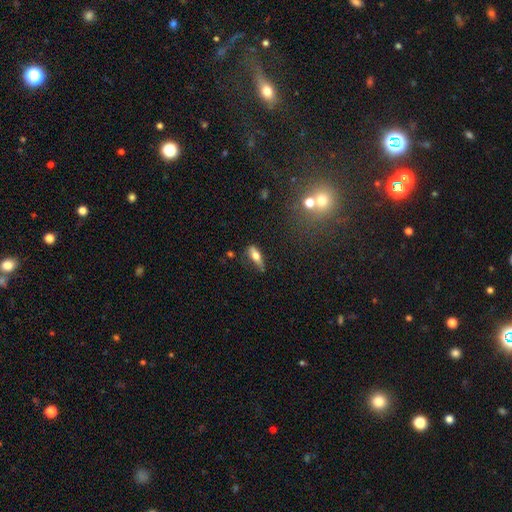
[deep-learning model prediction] This appears to be a smooth galaxy with no disk features (60%) that is in between round and cigar-shaped (59%). Merging: none (60%).